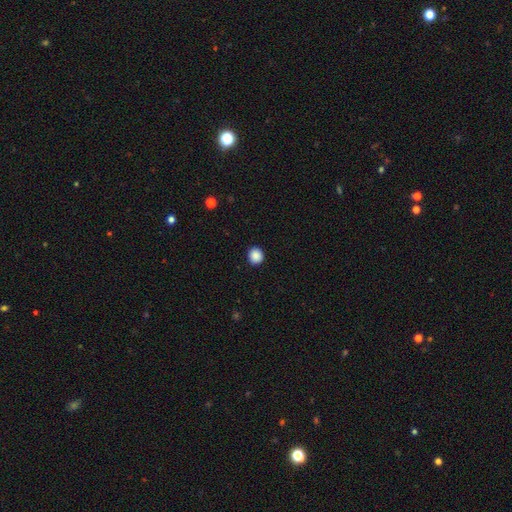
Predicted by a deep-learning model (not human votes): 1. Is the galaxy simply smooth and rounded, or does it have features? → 89% smooth, 9% star or artifact, 2% featured or disk.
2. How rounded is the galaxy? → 87% round, 12% in between, 1% cigar-shaped.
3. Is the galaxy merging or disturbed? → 92% none, 5% minor disturbance, 2% major disturbance, 1% merger.